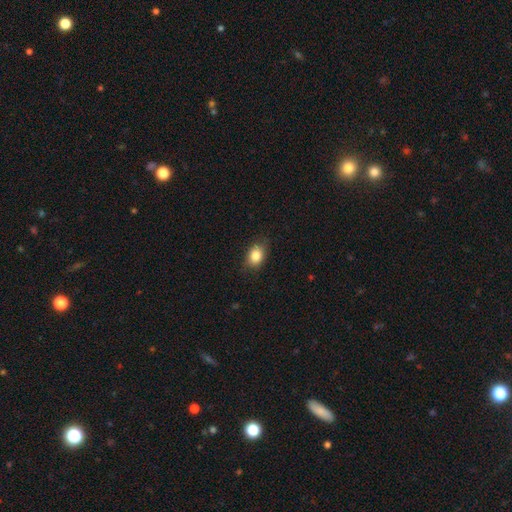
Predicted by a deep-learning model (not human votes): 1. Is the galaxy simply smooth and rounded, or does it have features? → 84% smooth, 9% star or artifact, 7% featured or disk.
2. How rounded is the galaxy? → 70% in between, 29% round, 2% cigar-shaped.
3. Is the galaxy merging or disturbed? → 79% none, 17% minor disturbance, 3% major disturbance, 1% merger.